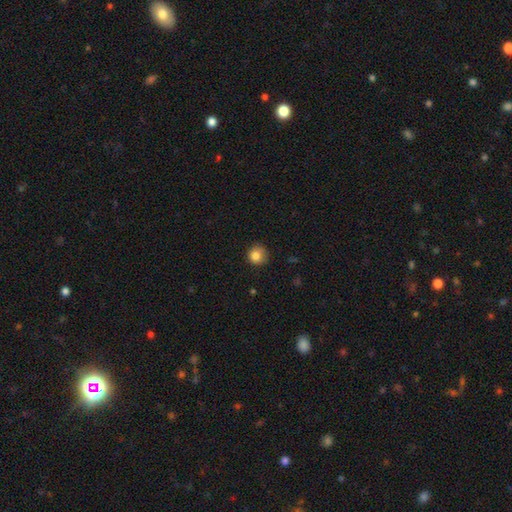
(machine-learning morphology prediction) Smooth or featured? smooth (84%)
How rounded? round (89%)
Merging? none (74%)